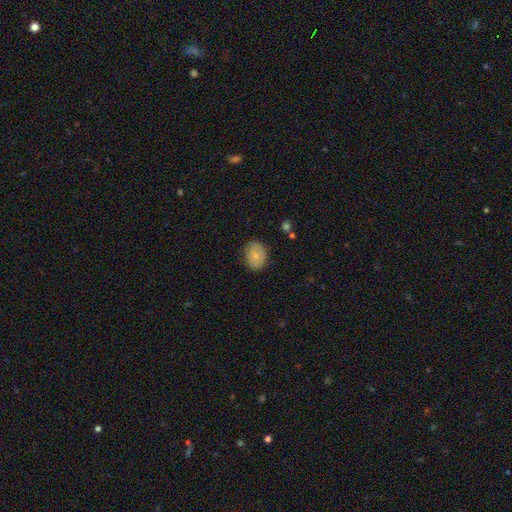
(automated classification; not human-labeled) smooth 80%, featured or disk 13%, star or artifact 7%. Down the decision tree: how rounded — in between (56%); merging — none (79%).